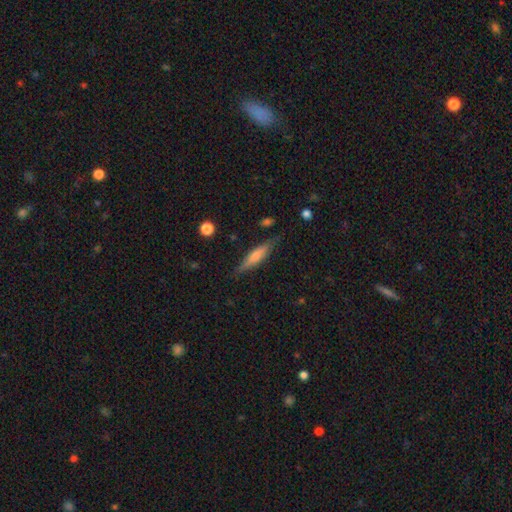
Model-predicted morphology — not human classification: Smooth or featured?
  - featured or disk: 48% *
  - smooth: 45%
  - star or artifact: 7%
Merging?
  - none: 83% *
  - minor disturbance: 12%
  - major disturbance: 3%
  - merger: 2%